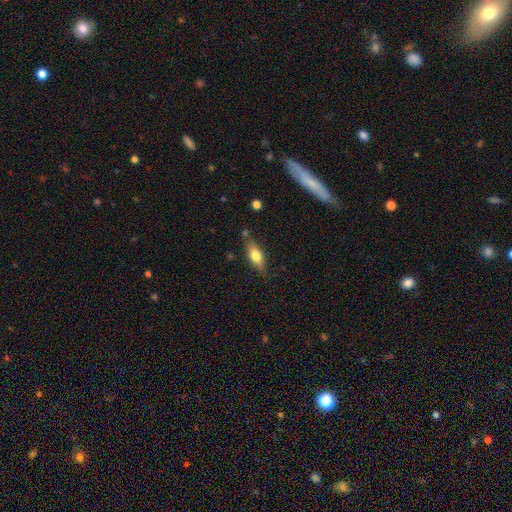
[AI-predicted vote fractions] Smooth or featured? Predicted: smooth (p=0.66). How rounded? Predicted: in between (p=0.72). Merging? Predicted: none (p=0.75).